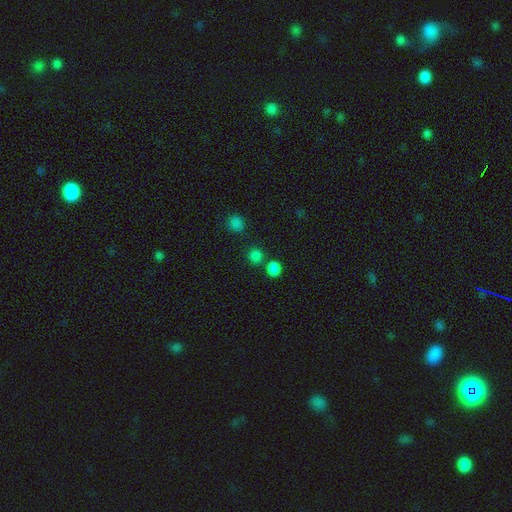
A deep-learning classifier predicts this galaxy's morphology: smooth 80%, star or artifact 17%, featured or disk 4%. Down the decision tree: how rounded — round (87%); merging — none (74%).